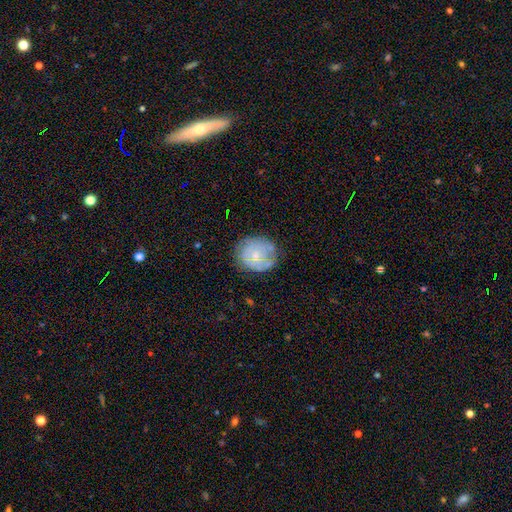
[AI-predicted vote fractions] Overall: smooth (50%; featured or disk 40%). How rounded: round (78%). Merging: none (69%).